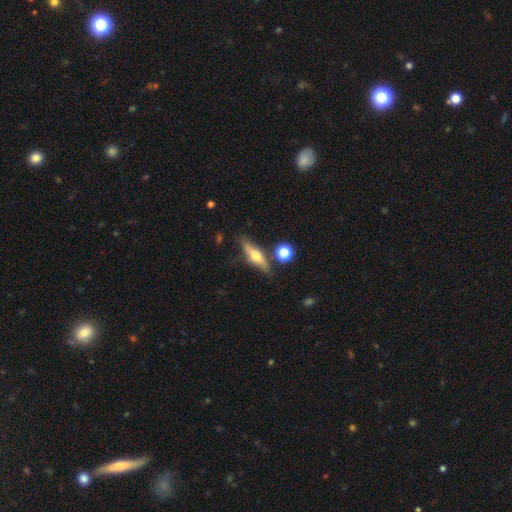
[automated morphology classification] This appears to be a featured or disk galaxy (52%) viewed edge-on (88%). Merging: none (76%).